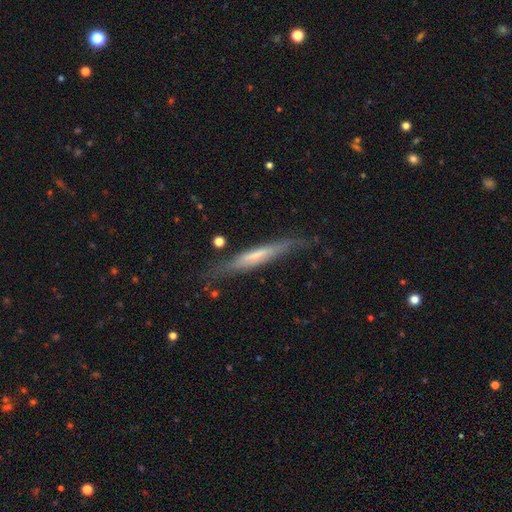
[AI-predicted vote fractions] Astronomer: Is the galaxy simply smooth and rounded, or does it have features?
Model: featured or disk — 54% (runner-up: smooth, 40%).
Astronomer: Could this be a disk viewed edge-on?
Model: yes — 89%.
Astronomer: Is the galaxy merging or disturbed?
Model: none — 73%.